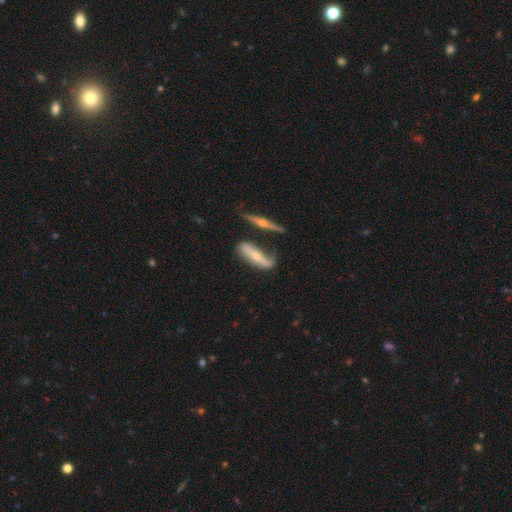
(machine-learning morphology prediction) smooth_or_featured: featured or disk (p=0.59) [alt: smooth p=0.35]
disk_edge_on: yes (p=0.67) [alt: no p=0.33]
merging: none (p=0.52) [alt: minor disturbance p=0.21]